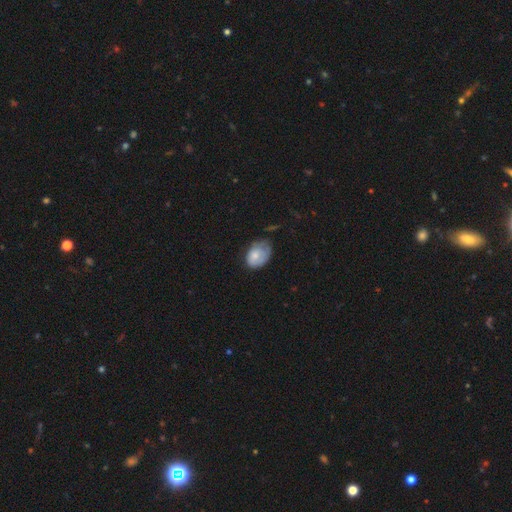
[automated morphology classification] A smooth galaxy with no disk features (67%) that is in between round and cigar-shaped (76%).

Vote fractions:
- Smooth or featured? smooth: 67% / featured or disk: 26% / star or artifact: 7%
- How rounded? in between: 76% / round: 23% / cigar-shaped: 1%
- Merging? minor disturbance: 40% / none: 39% / major disturbance: 18% / merger: 2%